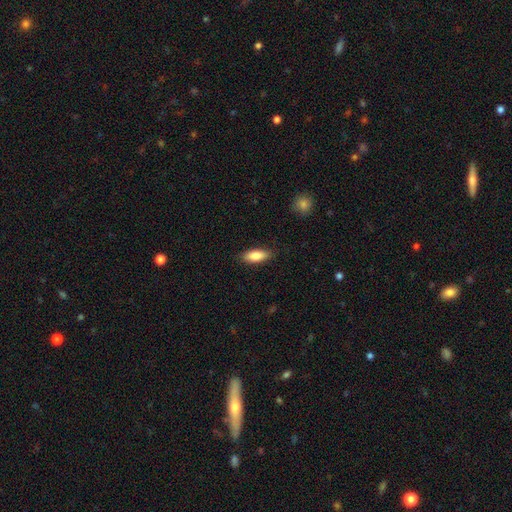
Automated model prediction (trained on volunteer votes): Smooth or featured? Predicted: smooth (p=0.84). How rounded? Predicted: in between (p=0.74). Merging? Predicted: none (p=0.86).